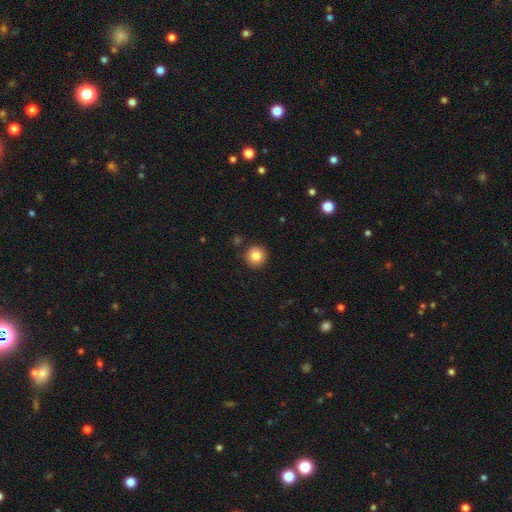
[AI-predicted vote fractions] A smooth galaxy with no disk features (83%) that is round (95%).

Vote fractions:
- Smooth or featured? smooth: 83% / star or artifact: 10% / featured or disk: 7%
- How rounded? round: 95% / in between: 4% / cigar-shaped: 1%
- Merging? none: 89% / minor disturbance: 7% / merger: 2% / major disturbance: 2%